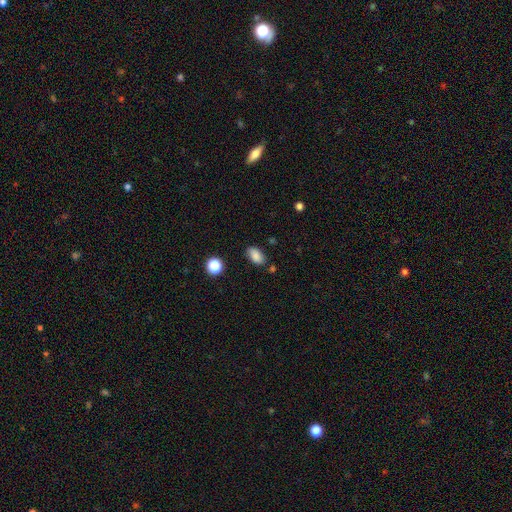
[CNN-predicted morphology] Smooth or featured? Predicted: smooth (p=0.85). How rounded? Predicted: in between (p=0.90). Merging? Predicted: none (p=0.79).